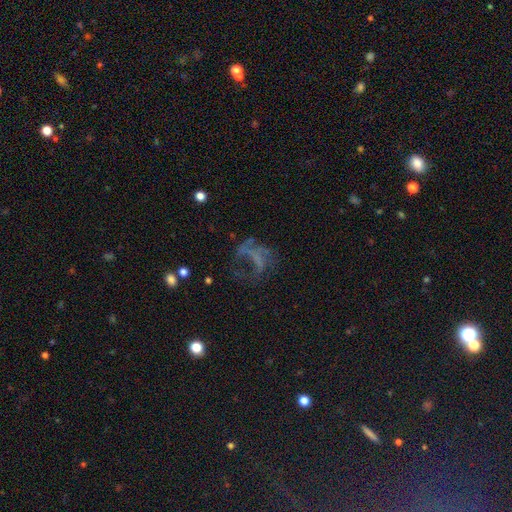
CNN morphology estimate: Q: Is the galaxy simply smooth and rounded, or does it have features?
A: featured or disk — 52%.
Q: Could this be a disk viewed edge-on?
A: no — 96%.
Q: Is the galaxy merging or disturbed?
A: major disturbance — 47%.